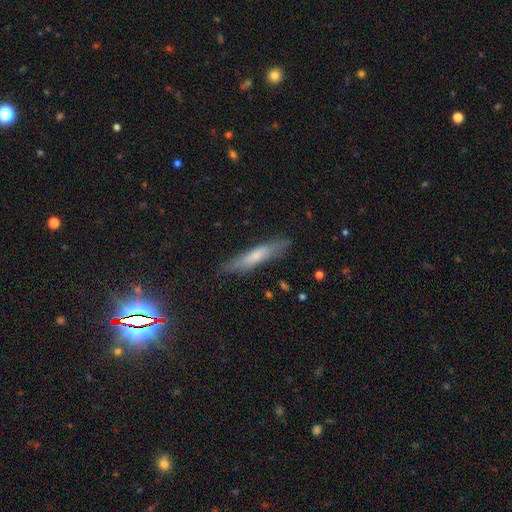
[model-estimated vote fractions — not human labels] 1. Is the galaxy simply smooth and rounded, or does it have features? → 61% smooth, 32% featured or disk, 7% star or artifact.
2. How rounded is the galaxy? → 87% cigar-shaped, 12% in between, 1% round.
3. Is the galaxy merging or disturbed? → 80% none, 15% minor disturbance, 3% major disturbance, 2% merger.